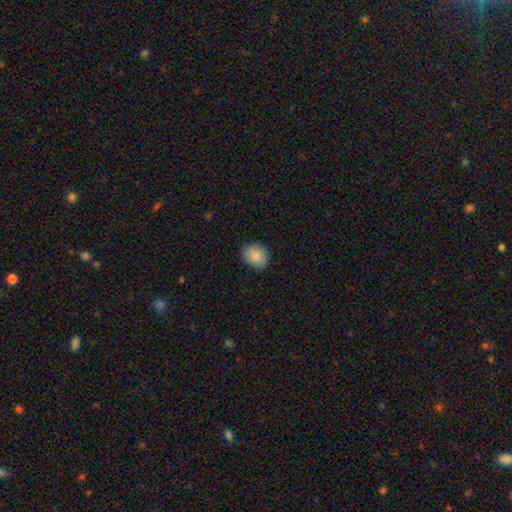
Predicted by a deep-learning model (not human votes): The model was most divided on "how rounded": round: 55%, in between: 44%, cigar-shaped: 1%. More confident: smooth or featured — smooth (88%); merging — none (85%).